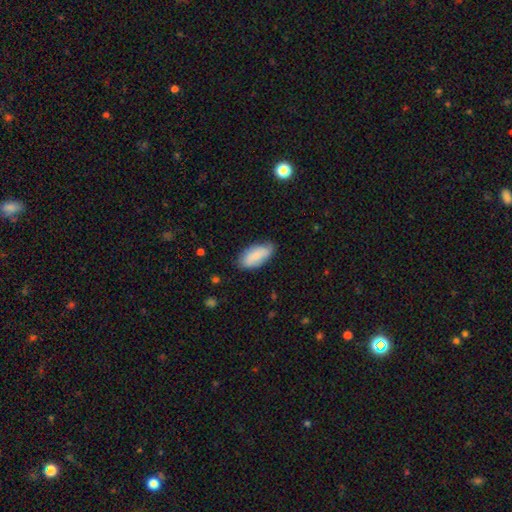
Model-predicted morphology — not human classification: A smooth galaxy with no disk features (79%) that is in between round and cigar-shaped (91%). Merging: none (70%).